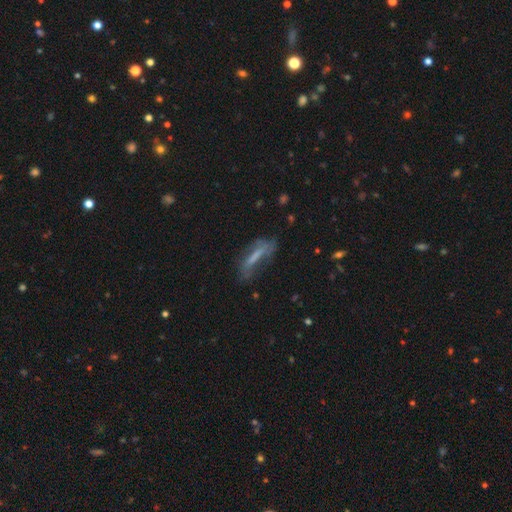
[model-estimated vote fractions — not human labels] Smooth or featured?
  - smooth: 48% *
  - featured or disk: 41%
  - star or artifact: 11%
Merging?
  - none: 42% *
  - minor disturbance: 28%
  - major disturbance: 26%
  - merger: 4%